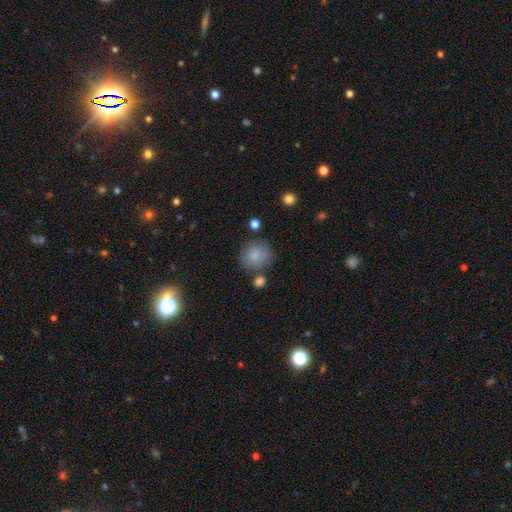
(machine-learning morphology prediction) smooth-or-featured: smooth: 84% | star or artifact: 8% | featured or disk: 8%
  how-rounded: round: 84% | in between: 15% | cigar-shaped: 1%
  merging: none: 68% | minor disturbance: 17% | merger: 9% | major disturbance: 6%